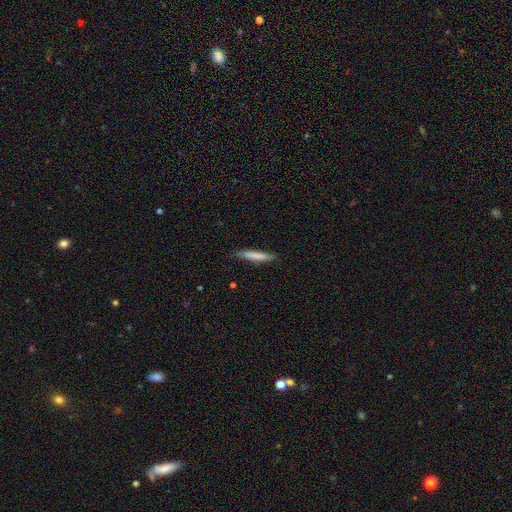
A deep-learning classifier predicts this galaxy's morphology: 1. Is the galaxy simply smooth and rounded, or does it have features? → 76% smooth, 18% featured or disk, 6% star or artifact.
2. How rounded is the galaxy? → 94% cigar-shaped, 5% in between, 1% round.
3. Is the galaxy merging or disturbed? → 85% none, 12% minor disturbance, 2% major disturbance, 1% merger.